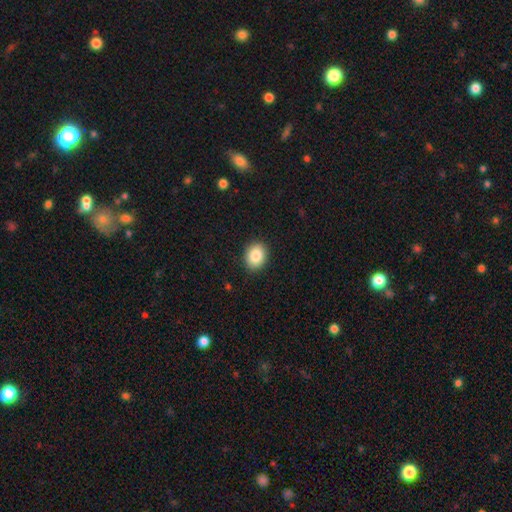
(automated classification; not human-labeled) Smooth or featured? Predicted: smooth (p=0.86). How rounded? Predicted: in between (p=0.56). Merging? Predicted: none (p=0.90).